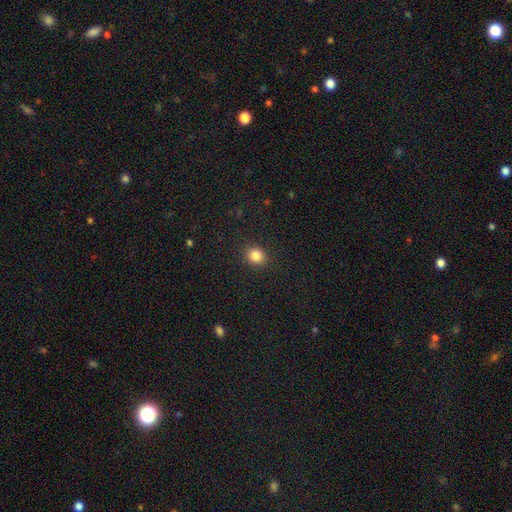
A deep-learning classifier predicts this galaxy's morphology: smooth_or_featured: smooth (p=0.84) [alt: star or artifact p=0.11]
how_rounded: round (p=0.76) [alt: in between p=0.23]
merging: none (p=0.90) [alt: minor disturbance p=0.07]